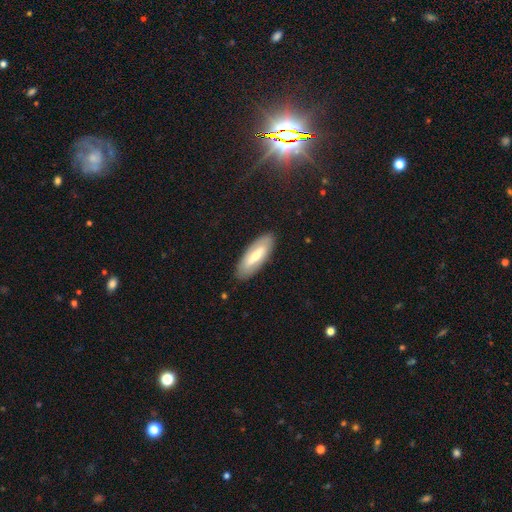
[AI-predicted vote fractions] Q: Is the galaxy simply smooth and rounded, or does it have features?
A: smooth — 51%.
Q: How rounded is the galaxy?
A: in between — 69%.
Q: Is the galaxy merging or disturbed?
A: none — 87%.